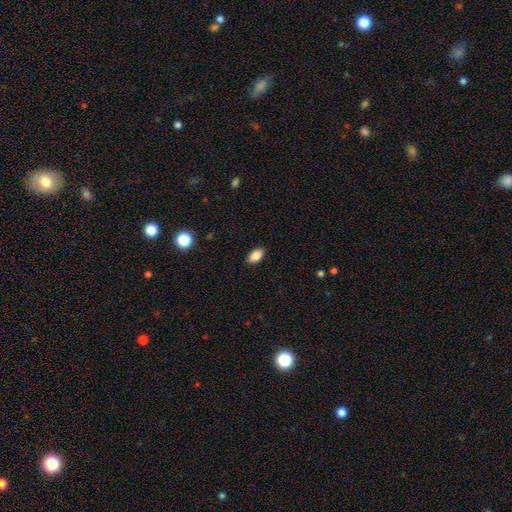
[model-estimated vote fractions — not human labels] Morphology: type=smooth (87%); roundness=in between (92%); merging=none (89%).